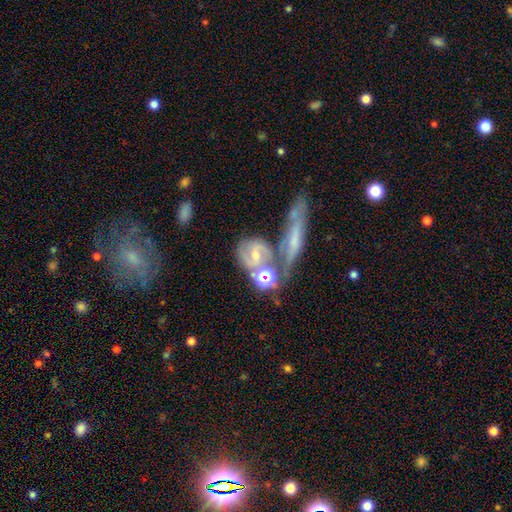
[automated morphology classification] type=featured or disk (67%); edge-on=no (92%); bar=weak (41%); spiral arms=yes (89%); winding=medium (48%); arm count=2 (78%); bulge=moderate (49%); merging=none (44%).